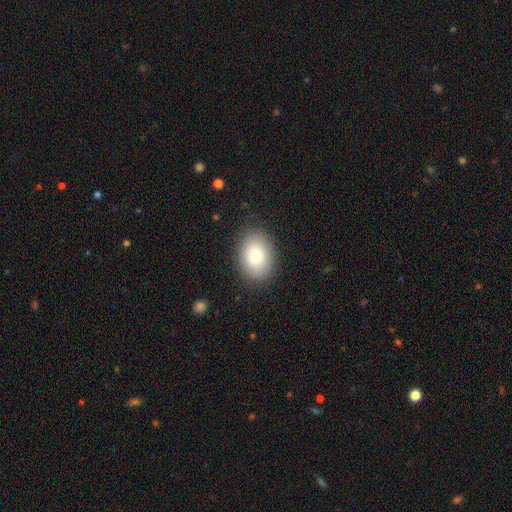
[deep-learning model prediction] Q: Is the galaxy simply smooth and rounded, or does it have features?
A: smooth — 79%.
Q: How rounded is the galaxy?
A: in between — 73%.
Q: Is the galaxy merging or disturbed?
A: none — 86%.